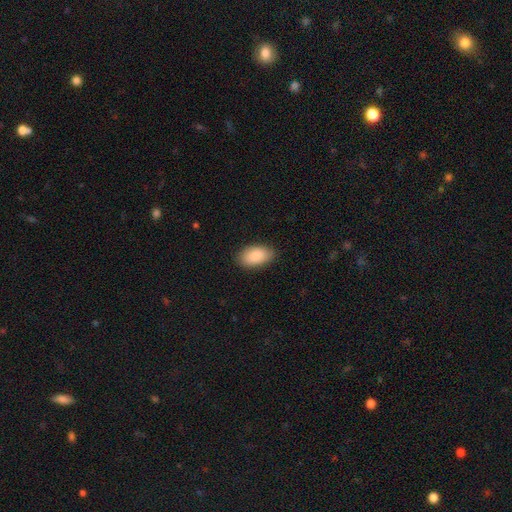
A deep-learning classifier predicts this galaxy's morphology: Smooth or featured?
  - smooth: 87% *
  - featured or disk: 7%
  - star or artifact: 6%
How rounded?
  - in between: 93% *
  - round: 5%
  - cigar-shaped: 2%
Merging?
  - none: 85% *
  - minor disturbance: 11%
  - major disturbance: 2%
  - merger: 1%